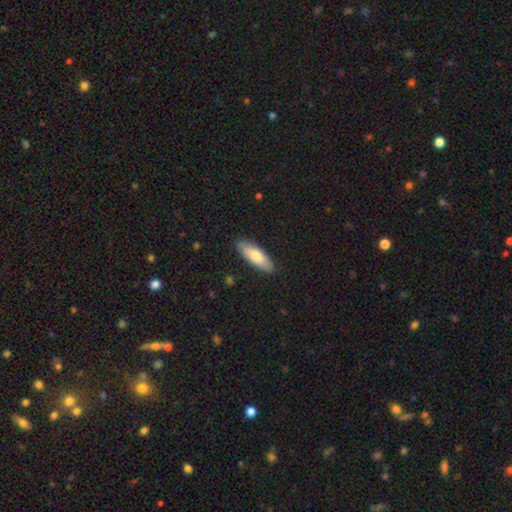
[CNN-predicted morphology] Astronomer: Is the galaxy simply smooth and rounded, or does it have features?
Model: smooth — 74%.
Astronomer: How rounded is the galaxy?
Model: in between — 61% (runner-up: cigar-shaped, 37%).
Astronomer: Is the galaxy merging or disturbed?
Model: none — 88%.